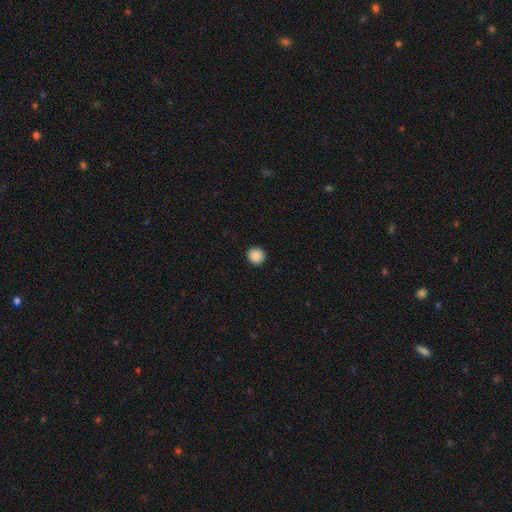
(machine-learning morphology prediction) A smooth galaxy with no disk features (89%) that is round (93%). Merging: none (93%).